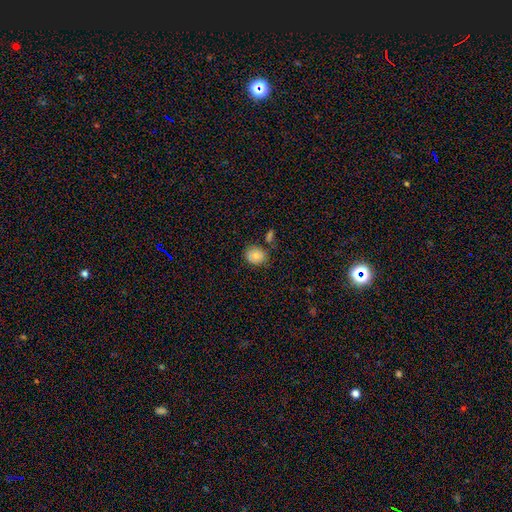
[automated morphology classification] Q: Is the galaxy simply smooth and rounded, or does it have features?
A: smooth — 82%.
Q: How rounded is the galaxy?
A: round — 67%.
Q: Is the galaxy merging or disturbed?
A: none — 73%.